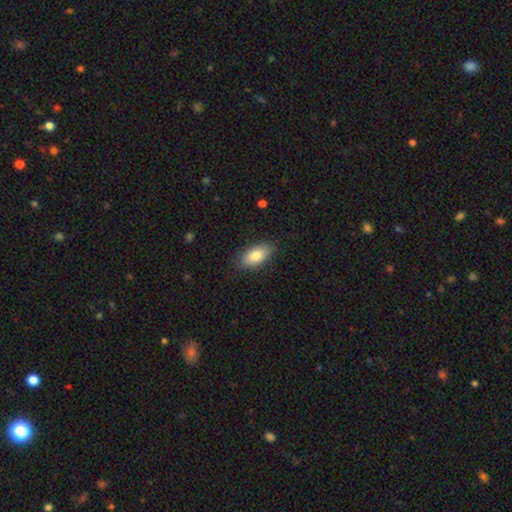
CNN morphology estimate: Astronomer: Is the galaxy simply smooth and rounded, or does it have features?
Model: smooth — 82%.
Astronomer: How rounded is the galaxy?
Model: in between — 91%.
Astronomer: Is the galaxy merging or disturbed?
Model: none — 86%.